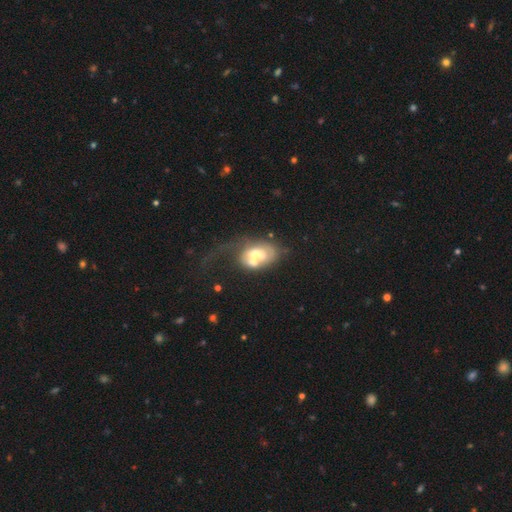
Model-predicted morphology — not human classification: Smooth or featured? featured or disk (47%)
Merging? merger (38%)